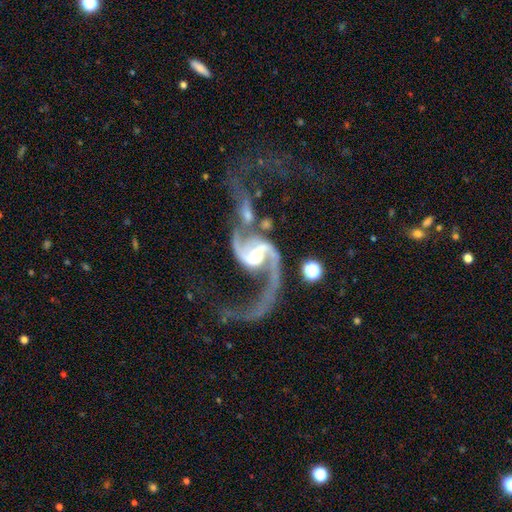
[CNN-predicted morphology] Smooth or featured?
  - featured or disk: 92% *
  - star or artifact: 5%
  - smooth: 3%
Edge-on disk?
  - no: 98% *
  - yes: 2%
Bar?
  - weak: 43% *
  - strong: 29%
  - no: 28%
Spiral arms?
  - yes: 97% *
  - no: 3%
Spiral winding?
  - loose: 69% *
  - medium: 26%
  - tight: 6%
Spiral arm count?
  - 2: 91% *
  - 1: 3%
  - can't tell: 2%
  - 3: 2%
  - 4: 1%
  - more than 4: 1%
Bulge size?
  - moderate: 60% *
  - small: 33%
  - large: 5%
  - none: 2%
  - dominant: 1%
Merging?
  - merger: 38% *
  - none: 27%
  - major disturbance: 23%
  - minor disturbance: 12%